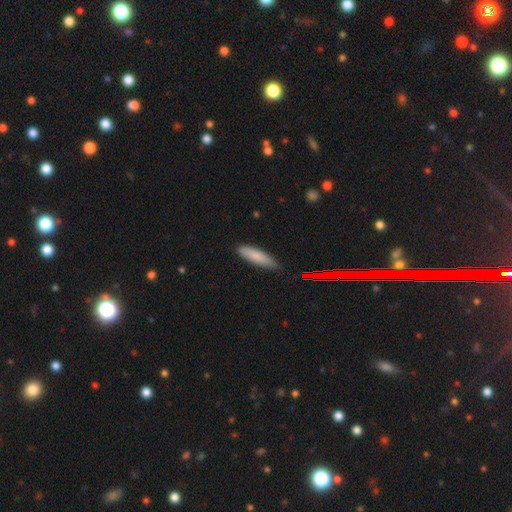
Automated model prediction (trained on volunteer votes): Q: Smooth or featured?
A: smooth (83%); runner-up: featured or disk (10%)
Q: How rounded?
A: cigar-shaped (63%); runner-up: in between (35%)
Q: Merging?
A: none (83%); runner-up: minor disturbance (14%)